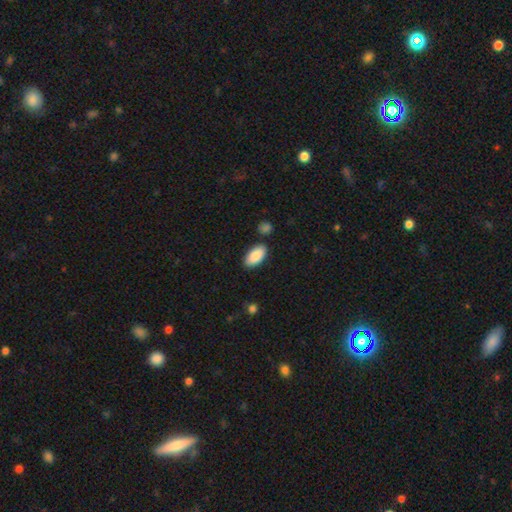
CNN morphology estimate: A smooth galaxy with no disk features (89%) that is in between round and cigar-shaped (93%). Merging: none (83%).